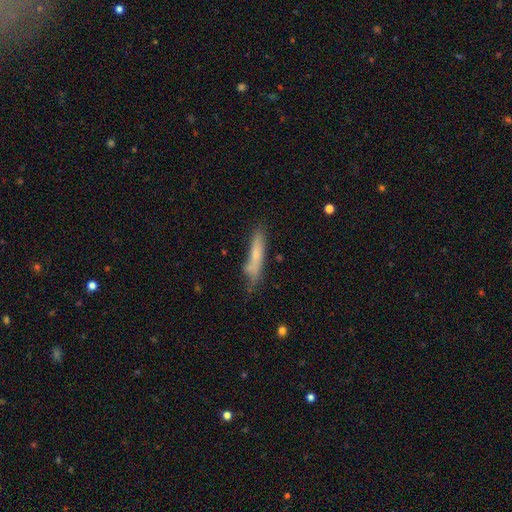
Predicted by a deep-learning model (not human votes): smooth-or-featured: smooth: 65% | featured or disk: 28% | star or artifact: 7%
  how-rounded: cigar-shaped: 87% | in between: 12% | round: 2%
  merging: none: 60% | minor disturbance: 26% | major disturbance: 8% | merger: 6%